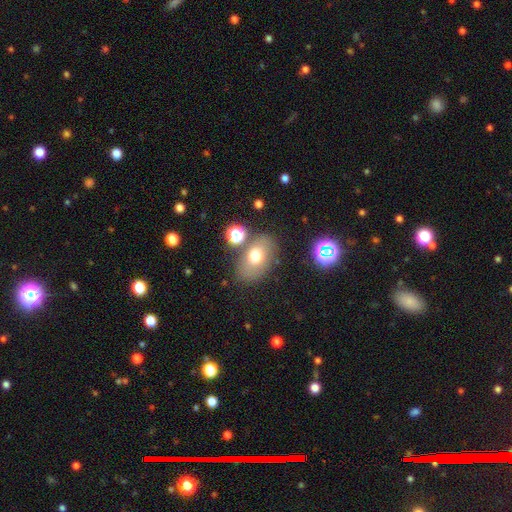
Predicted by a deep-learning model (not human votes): This appears to be a smooth galaxy with no disk features (68%) that is in between round and cigar-shaped (81%). Merging: none (73%).